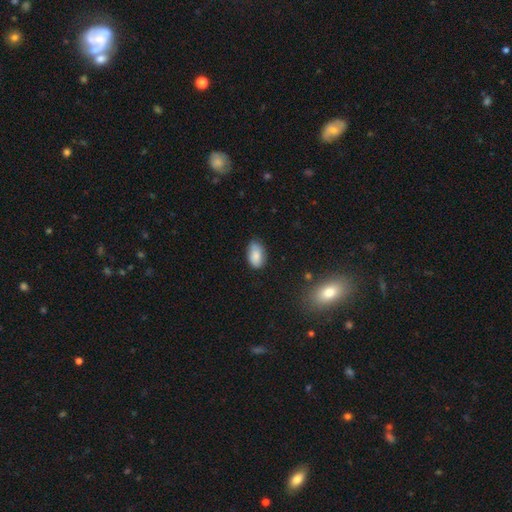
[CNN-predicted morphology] Smooth or featured? Predicted: smooth (p=0.84). How rounded? Predicted: in between (p=0.92). Merging? Predicted: none (p=0.68).